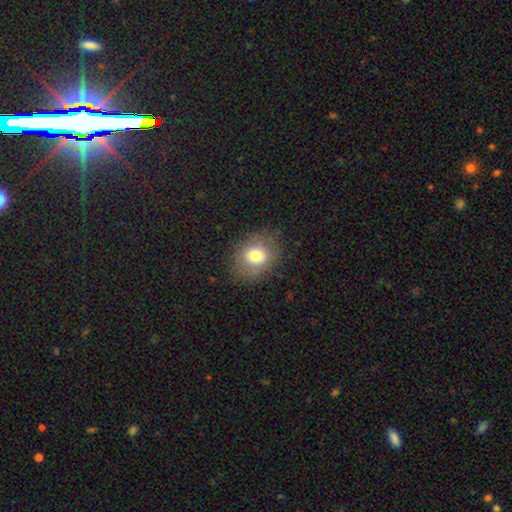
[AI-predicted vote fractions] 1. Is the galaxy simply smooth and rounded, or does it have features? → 73% smooth, 15% featured or disk, 11% star or artifact.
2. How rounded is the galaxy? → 59% round, 40% in between, 1% cigar-shaped.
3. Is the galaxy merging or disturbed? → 79% none, 14% minor disturbance, 6% major disturbance, 1% merger.